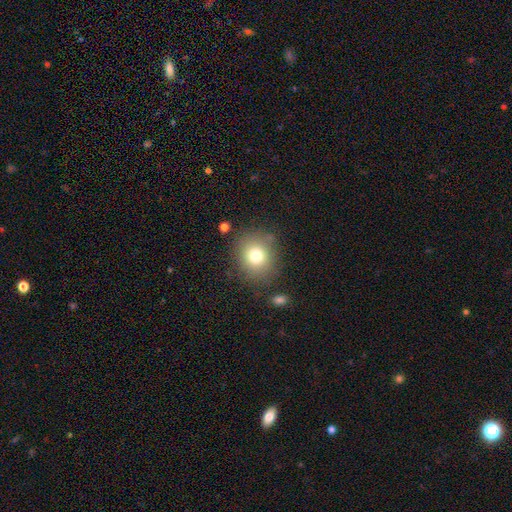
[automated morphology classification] Smooth or featured? smooth (77%)
How rounded? round (81%)
Merging? none (80%)